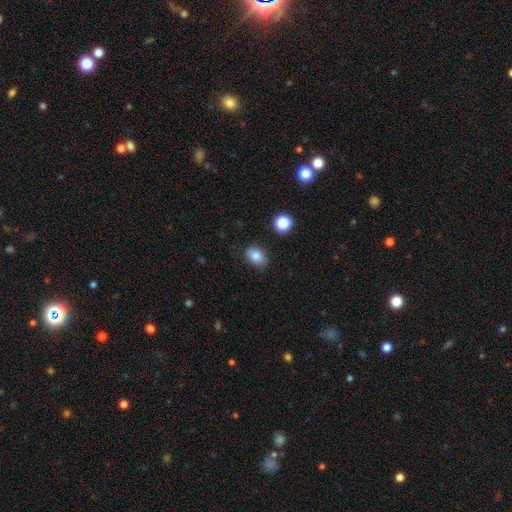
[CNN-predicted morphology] A smooth galaxy with no disk features (81%) that is in between round and cigar-shaped (64%). Merging: none (81%).